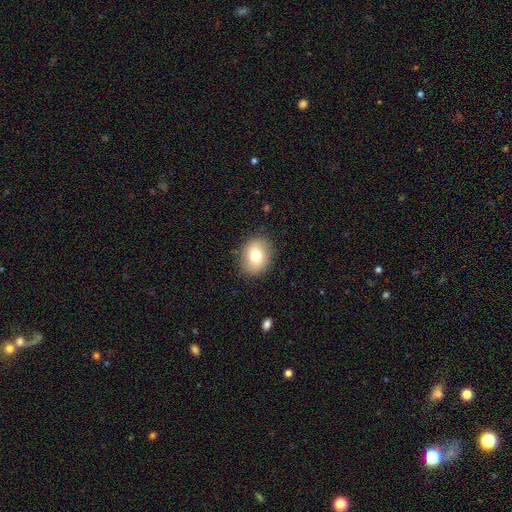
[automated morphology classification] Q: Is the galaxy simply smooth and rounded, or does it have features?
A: smooth — 74%.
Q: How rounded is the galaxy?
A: in between — 53%.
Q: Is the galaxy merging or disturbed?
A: none — 87%.